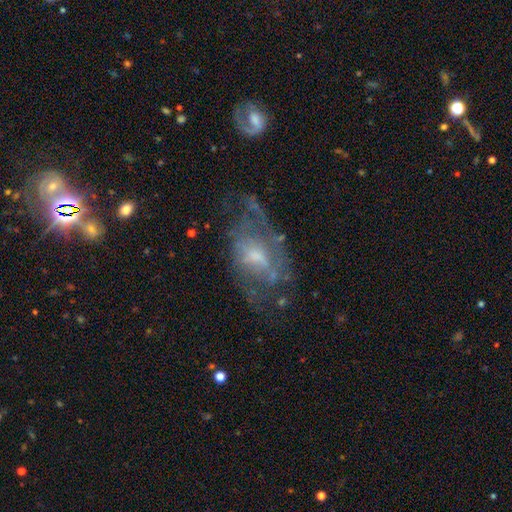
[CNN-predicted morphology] Q: Smooth or featured?
A: featured or disk (69%); runner-up: smooth (21%)
Q: Edge-on disk?
A: no (94%); runner-up: yes (6%)
Q: Bar?
A: no (56%); runner-up: weak (37%)
Q: Spiral arms?
A: yes (60%); runner-up: no (40%)
Q: Bulge size?
A: moderate (44%); runner-up: small (41%)
Q: Merging?
A: none (46%); runner-up: major disturbance (27%)